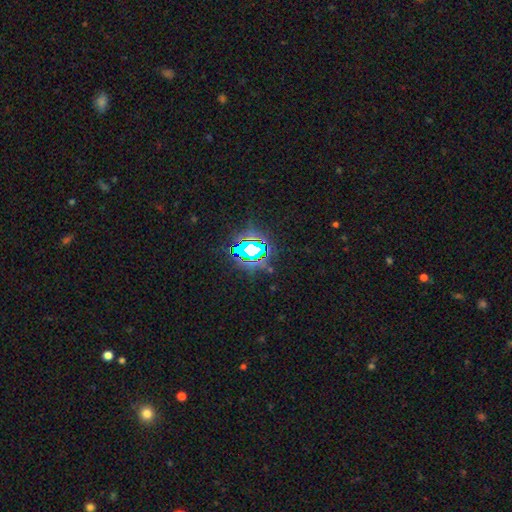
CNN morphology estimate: Overall: star or artifact (73%).